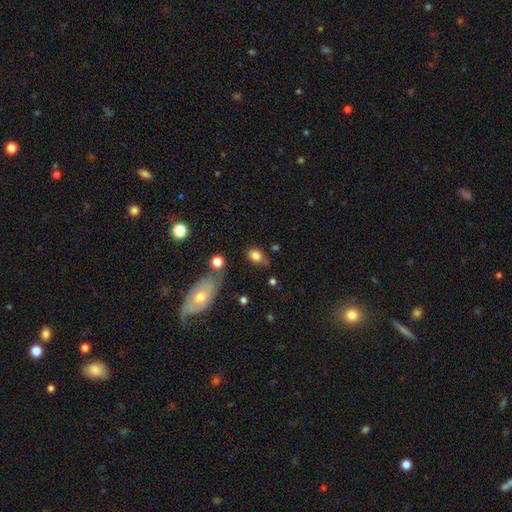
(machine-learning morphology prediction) Overall: smooth (82%). How rounded: in between (65%; round 34%). Merging: none (62%; minor disturbance 22%).